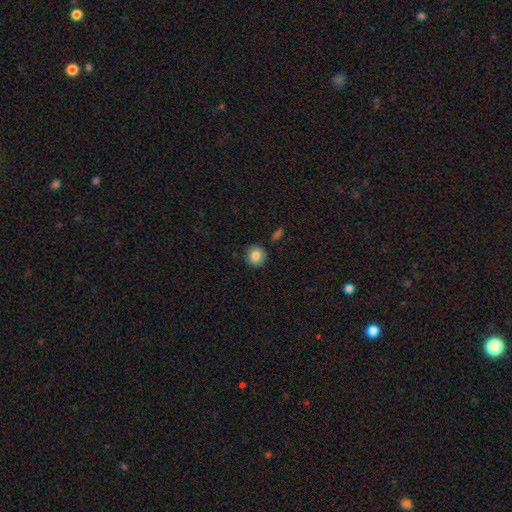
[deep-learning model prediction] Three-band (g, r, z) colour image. It shows a smooth galaxy with no disk features (84%) that is round (90%). Merging: none (88%).